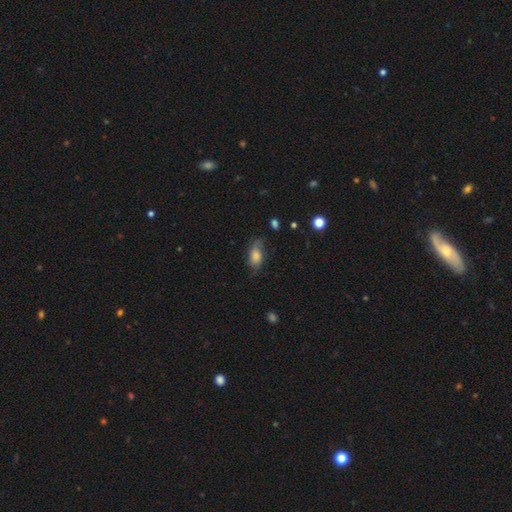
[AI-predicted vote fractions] The model was most divided on "merging": none: 60%, minor disturbance: 28%, major disturbance: 10%, merger: 2%. More confident: how rounded — in between (85%); smooth or featured — smooth (63%).